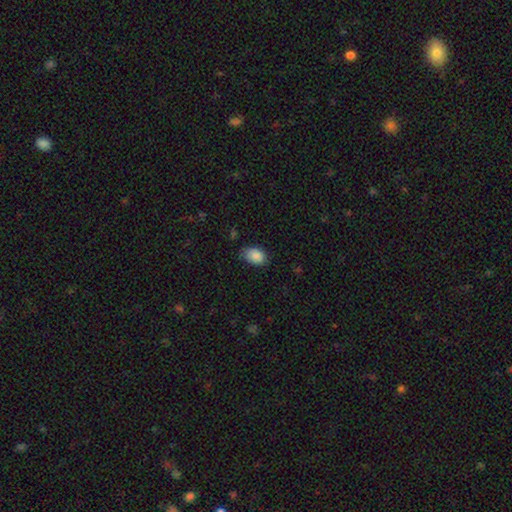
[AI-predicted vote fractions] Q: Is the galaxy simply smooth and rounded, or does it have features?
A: smooth — 88%.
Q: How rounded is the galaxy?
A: in between — 86%.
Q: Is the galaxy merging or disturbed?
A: none — 69%.